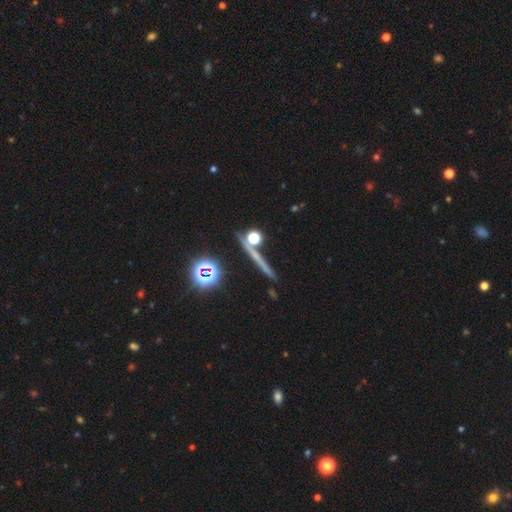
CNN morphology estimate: Overall: star or artifact (38%; smooth 33%).